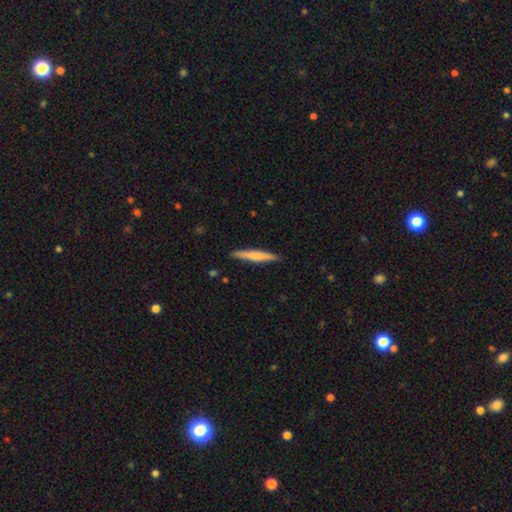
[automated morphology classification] A smooth galaxy with no disk features (61%) that is cigar-shaped (94%).

Vote fractions:
- Smooth or featured? smooth: 61% / featured or disk: 34% / star or artifact: 5%
- How rounded? cigar-shaped: 94% / in between: 4% / round: 1%
- Merging? none: 89% / minor disturbance: 8% / major disturbance: 1% / merger: 1%